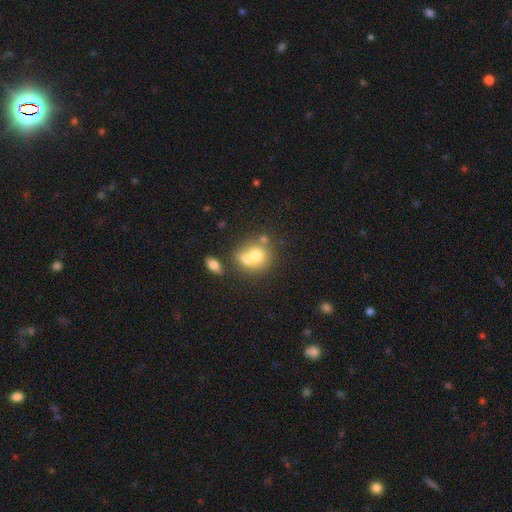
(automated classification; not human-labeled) smooth-or-featured: smooth: 67% | featured or disk: 23% | star or artifact: 10%
  how-rounded: round: 72% | in between: 27% | cigar-shaped: 1%
  merging: merger: 59% | none: 29% | minor disturbance: 8% | major disturbance: 4%